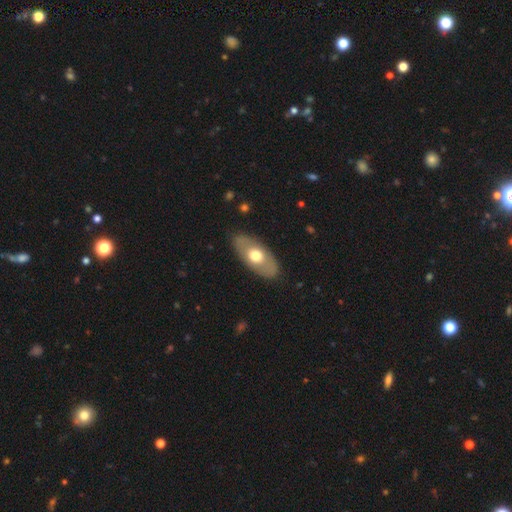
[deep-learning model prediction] The model was most divided on "smooth or featured": smooth: 56%, featured or disk: 39%, star or artifact: 5%. More confident: how rounded — in between (89%); merging — none (85%).